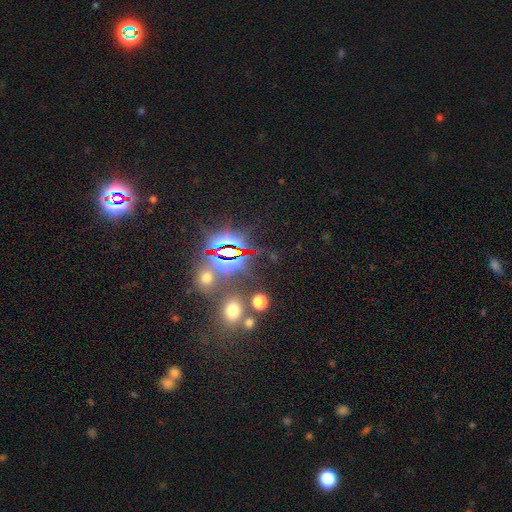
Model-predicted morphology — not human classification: type=star or artifact (79%).